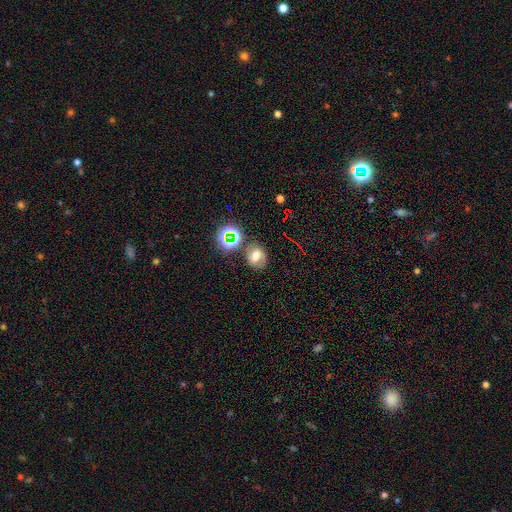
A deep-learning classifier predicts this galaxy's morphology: The model was most divided on "smooth or featured": smooth: 48%, featured or disk: 27%, star or artifact: 25%. More confident: merging — none (70%).